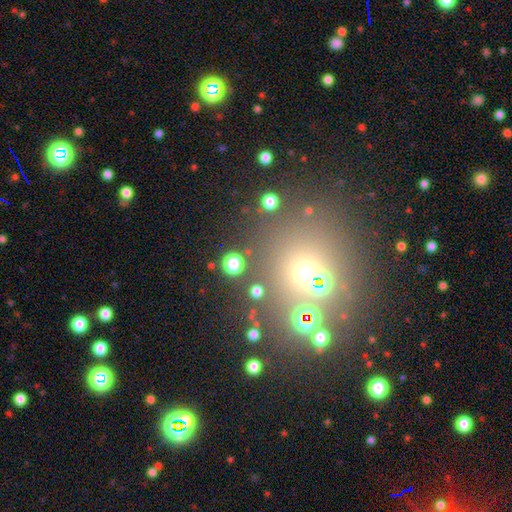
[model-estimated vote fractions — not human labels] A star or artifact, not a galaxy (48%).

Vote fractions:
- Smooth or featured? star or artifact: 48% / smooth: 35% / featured or disk: 17%